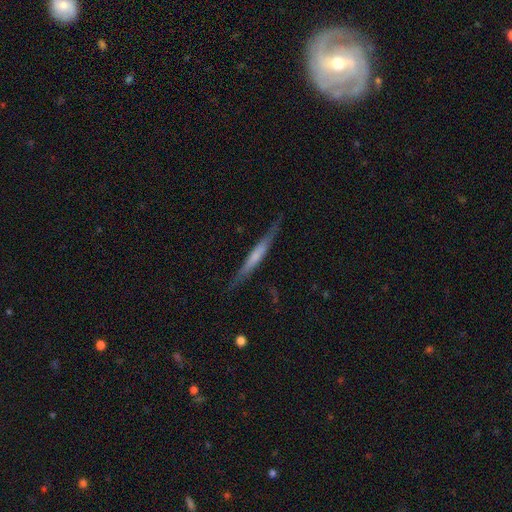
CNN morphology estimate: The model was most divided on "smooth or featured": featured or disk: 54%, smooth: 40%, star or artifact: 6%. More confident: edge-on disk — yes (94%); merging — none (81%); edge-on bulge — none (59%).